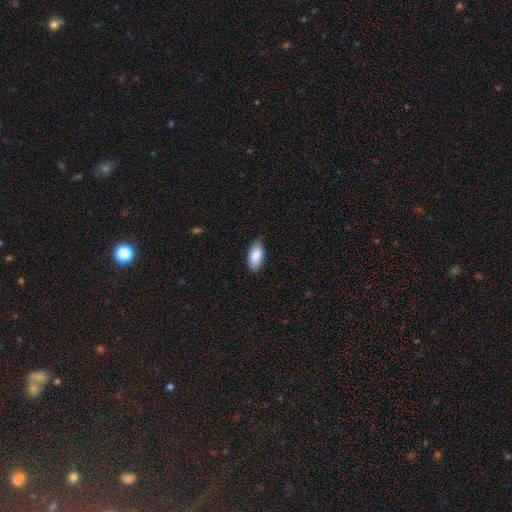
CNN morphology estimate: This appears to be a smooth galaxy with no disk features (89%) that is in between round and cigar-shaped (91%). Merging: none (79%).